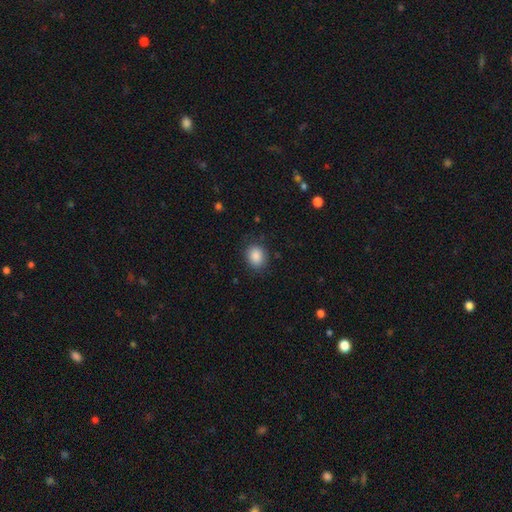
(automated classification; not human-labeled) Overall: smooth (88%). How rounded: round (59%; in between 41%). Merging: none (83%).